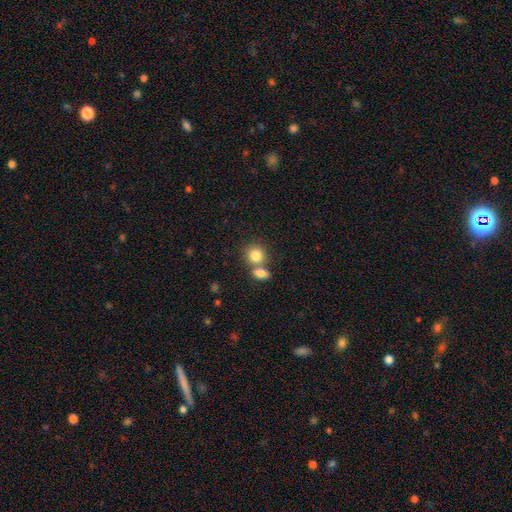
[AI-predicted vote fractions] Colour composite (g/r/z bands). It shows a smooth galaxy with no disk features (83%) that is round (78%). Merging: none (46%).